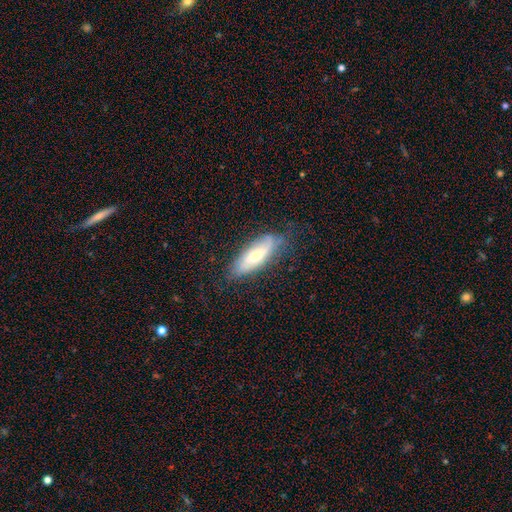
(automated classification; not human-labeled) The model was most divided on "how rounded": in between: 51%, cigar-shaped: 47%, round: 2%. More confident: merging — none (71%); smooth or featured — smooth (52%).